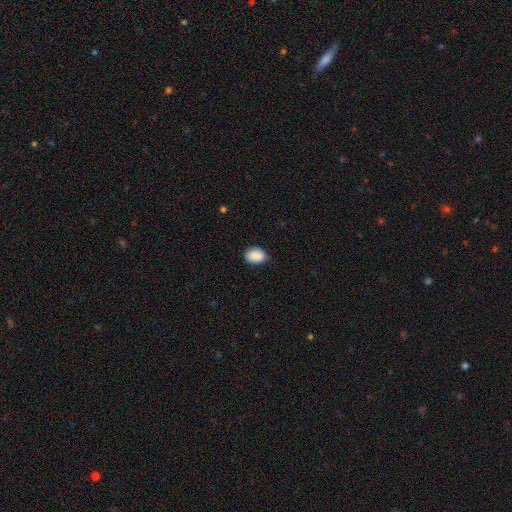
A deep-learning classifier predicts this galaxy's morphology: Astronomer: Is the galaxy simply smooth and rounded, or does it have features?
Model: smooth — 89%.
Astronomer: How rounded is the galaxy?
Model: in between — 76%.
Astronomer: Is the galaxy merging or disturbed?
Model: none — 81%.